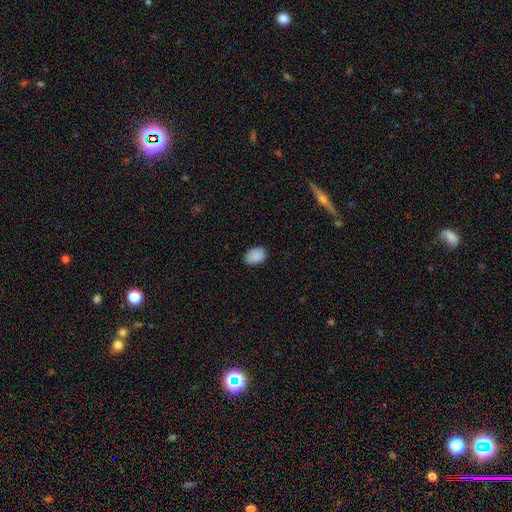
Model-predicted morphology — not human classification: A smooth galaxy with no disk features (89%) that is in between round and cigar-shaped (78%).

Vote fractions:
- Smooth or featured? smooth: 89% / star or artifact: 8% / featured or disk: 3%
- How rounded? in between: 78% / round: 21% / cigar-shaped: 1%
- Merging? none: 85% / minor disturbance: 12% / major disturbance: 2% / merger: 1%